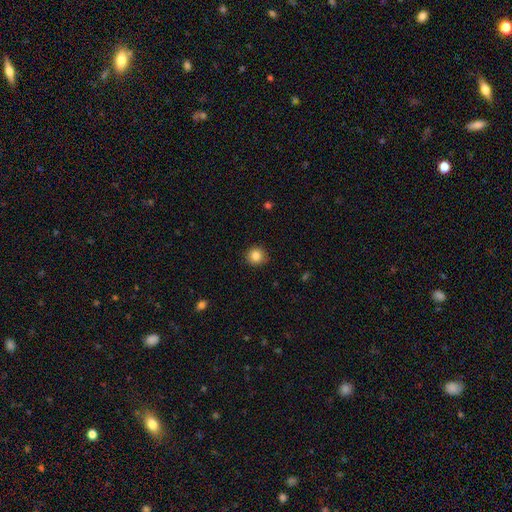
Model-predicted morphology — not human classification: type=smooth (85%); roundness=round (91%); merging=none (89%).